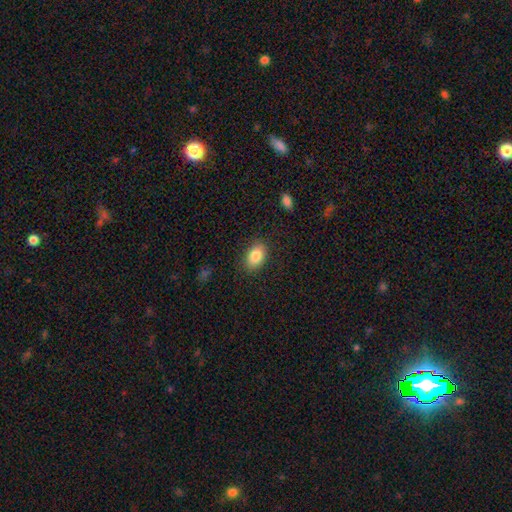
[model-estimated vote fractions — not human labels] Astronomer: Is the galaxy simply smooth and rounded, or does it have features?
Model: smooth — 86%.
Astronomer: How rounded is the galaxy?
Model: in between — 86%.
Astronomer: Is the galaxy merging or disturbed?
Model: none — 86%.